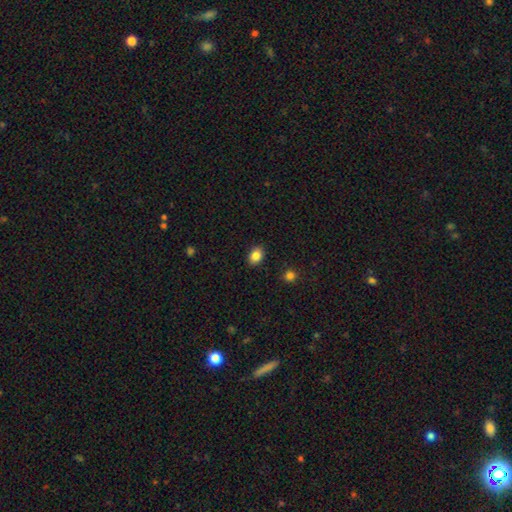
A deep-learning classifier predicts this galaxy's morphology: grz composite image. It shows a smooth galaxy with no disk features (86%) that is in between round and cigar-shaped (71%). Merging: none (89%).